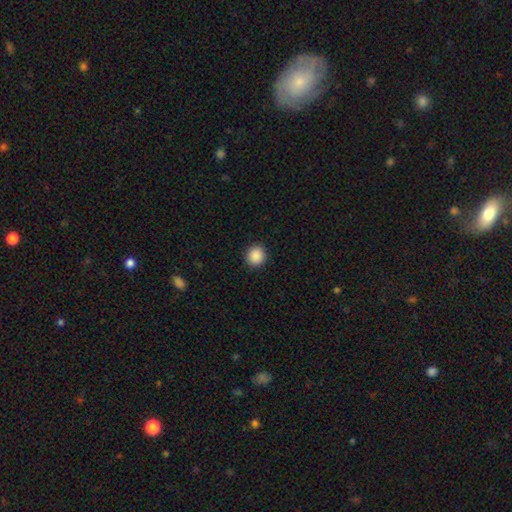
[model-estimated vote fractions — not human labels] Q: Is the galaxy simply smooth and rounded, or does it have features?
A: smooth — 89%.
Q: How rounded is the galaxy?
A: round — 91%.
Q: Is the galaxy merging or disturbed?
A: none — 92%.